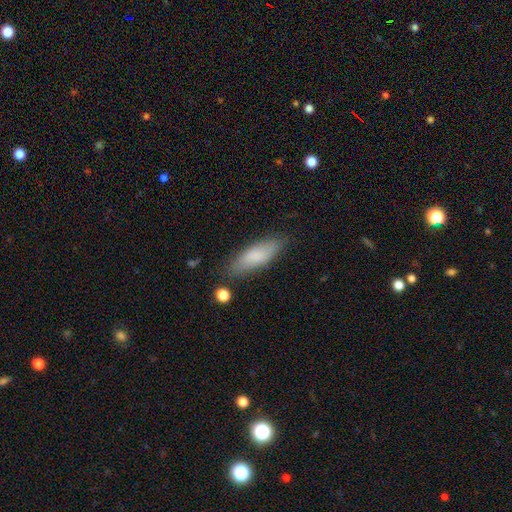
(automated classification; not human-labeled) smooth 80%, featured or disk 13%, star or artifact 7%. Down the decision tree: how rounded — in between (52%); merging — none (80%).